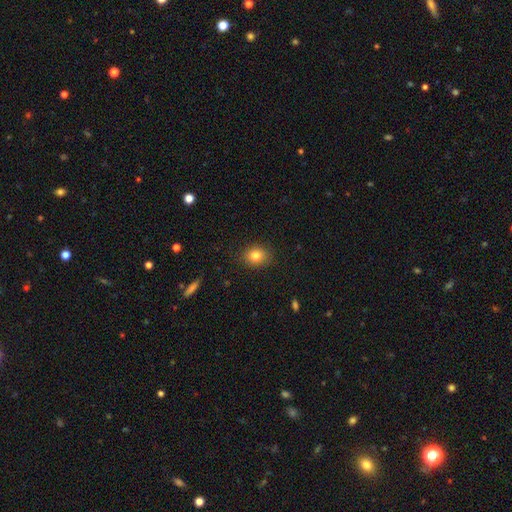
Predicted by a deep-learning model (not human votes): Smooth or featured: smooth — 81% (star or artifact — 11%)
How rounded: round — 56% (in between — 43%)
Merging: none — 87% (minor disturbance — 9%)